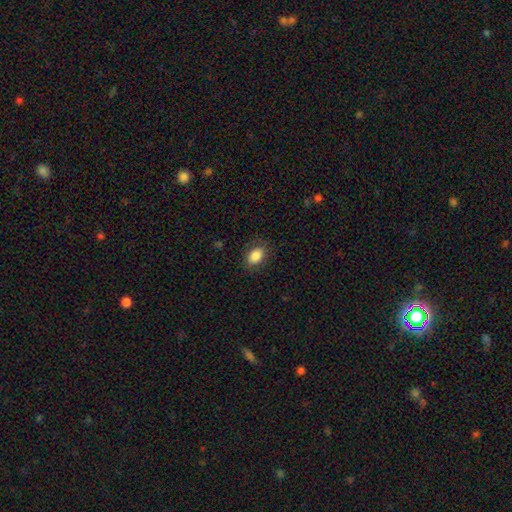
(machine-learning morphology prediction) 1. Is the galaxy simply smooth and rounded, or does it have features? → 85% smooth, 8% star or artifact, 7% featured or disk.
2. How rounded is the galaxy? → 84% in between, 15% round, 1% cigar-shaped.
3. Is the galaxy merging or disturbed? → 82% none, 13% minor disturbance, 4% major disturbance, 1% merger.